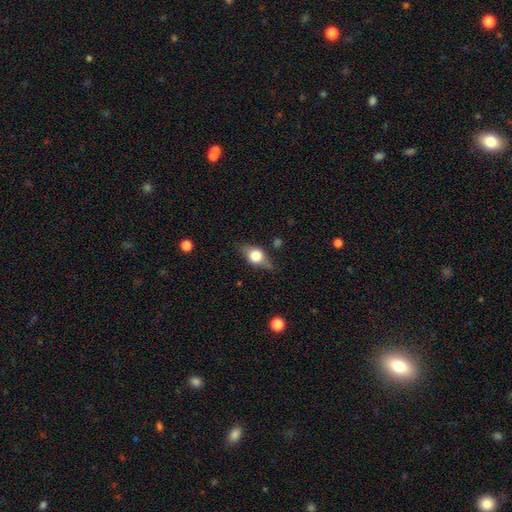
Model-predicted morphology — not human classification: Smooth or featured? Predicted: smooth (p=0.59). How rounded? Predicted: in between (p=0.64). Merging? Predicted: none (p=0.68).